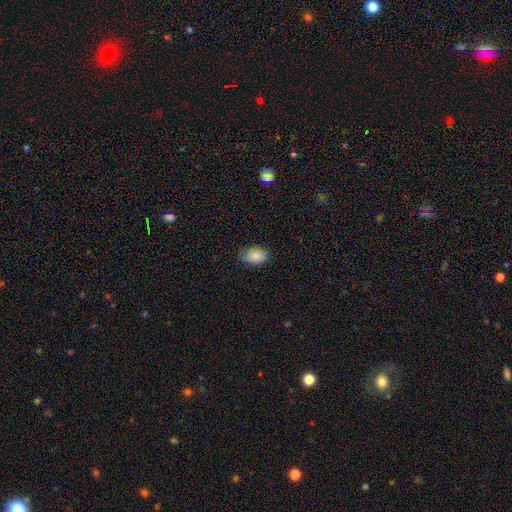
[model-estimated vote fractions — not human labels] Overall: smooth (85%). How rounded: in between (89%). Merging: none (74%).